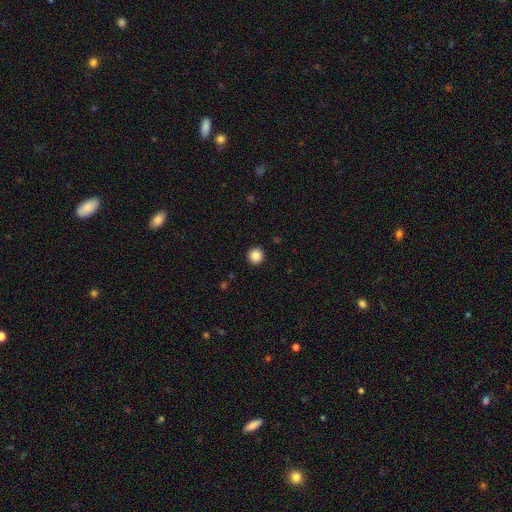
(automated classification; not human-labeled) A smooth galaxy with no disk features (86%) that is round (95%). Merging: none (93%).